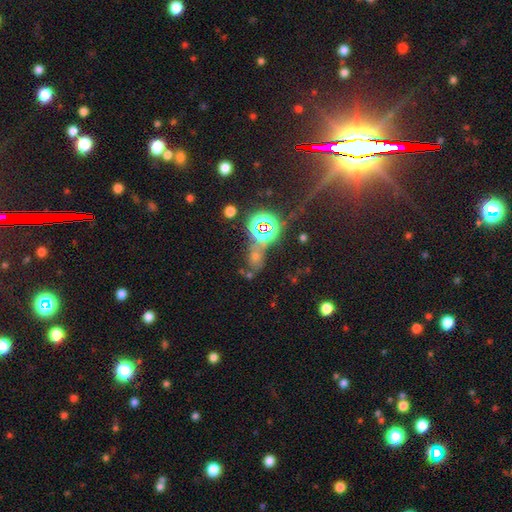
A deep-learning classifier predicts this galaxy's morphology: The model was most divided on "smooth or featured": star or artifact: 64%, smooth: 24%, featured or disk: 13%.